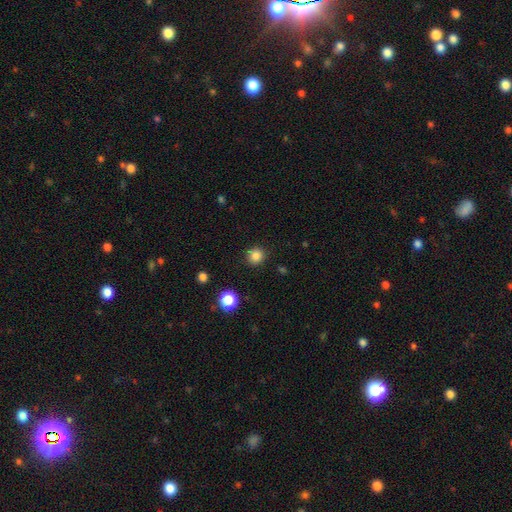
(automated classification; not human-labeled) Smooth or featured?
  - smooth: 84% *
  - star or artifact: 12%
  - featured or disk: 4%
How rounded?
  - round: 92% *
  - in between: 8%
  - cigar-shaped: 1%
Merging?
  - none: 89% *
  - minor disturbance: 7%
  - major disturbance: 2%
  - merger: 1%